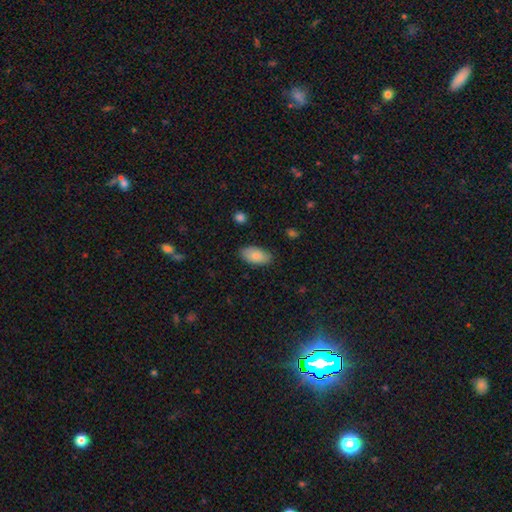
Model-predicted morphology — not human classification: The model was most divided on "merging": none: 83%, minor disturbance: 13%, major disturbance: 3%, merger: 1%. More confident: how rounded — in between (95%); smooth or featured — smooth (84%).